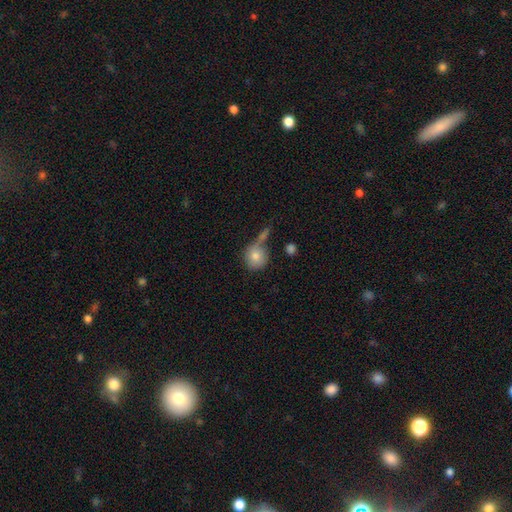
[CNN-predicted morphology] smooth 80%, featured or disk 12%, star or artifact 8%. Down the decision tree: how rounded — round (87%); merging — none (53%).